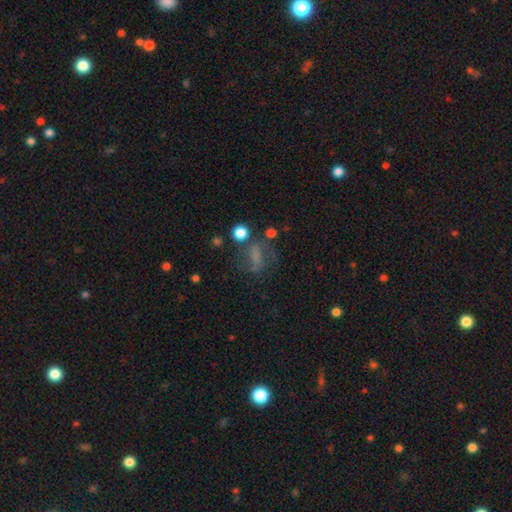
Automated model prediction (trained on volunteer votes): This appears to be a smooth galaxy with no disk features (44%). Merging: none (50%).